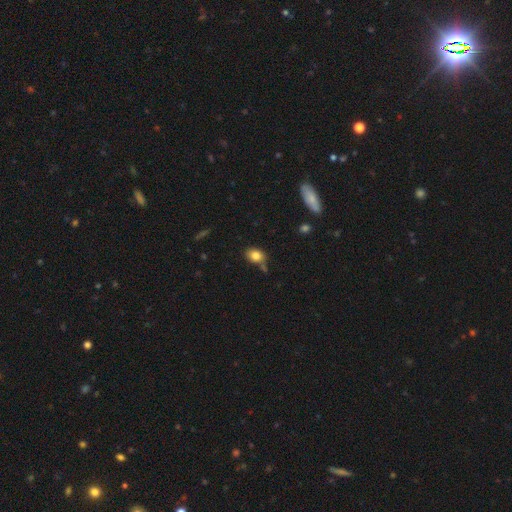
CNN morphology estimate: Overall: smooth (82%). How rounded: in between (66%; round 33%). Merging: none (66%).